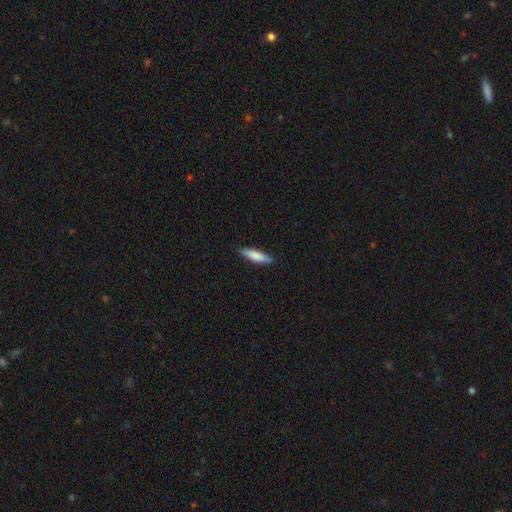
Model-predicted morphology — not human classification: This is likely a smooth galaxy (79%). How rounded: likely cigar-shaped (75%). Merging: clearly none (88%).